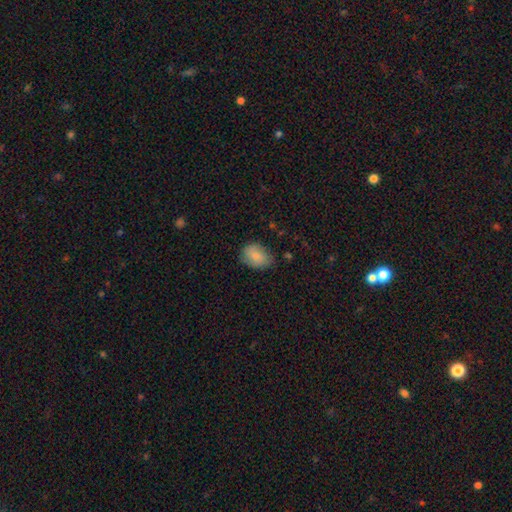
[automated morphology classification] This is clearly a smooth galaxy (84%). How rounded: likely in between (73%). Merging: likely none (71%).